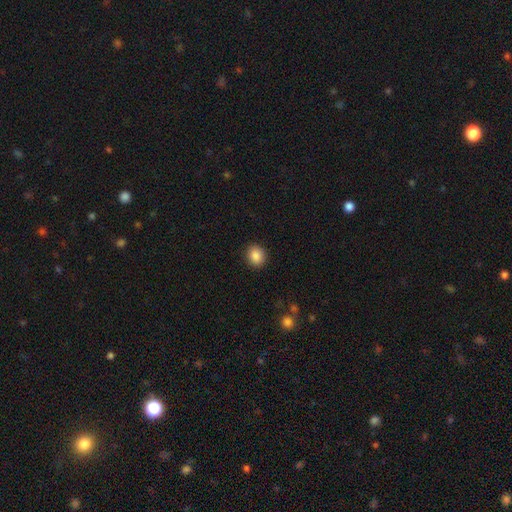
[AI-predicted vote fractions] Q: Smooth or featured?
A: smooth (87%); runner-up: star or artifact (9%)
Q: How rounded?
A: round (75%); runner-up: in between (25%)
Q: Merging?
A: none (91%); runner-up: minor disturbance (6%)